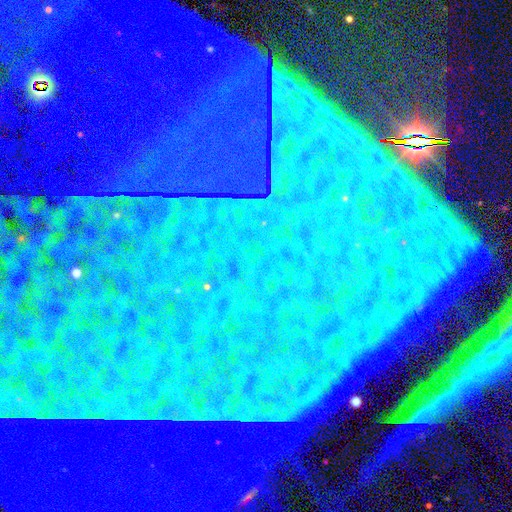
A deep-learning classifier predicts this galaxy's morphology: The model was most divided on "smooth or featured": star or artifact: 86%, featured or disk: 7%, smooth: 7%.